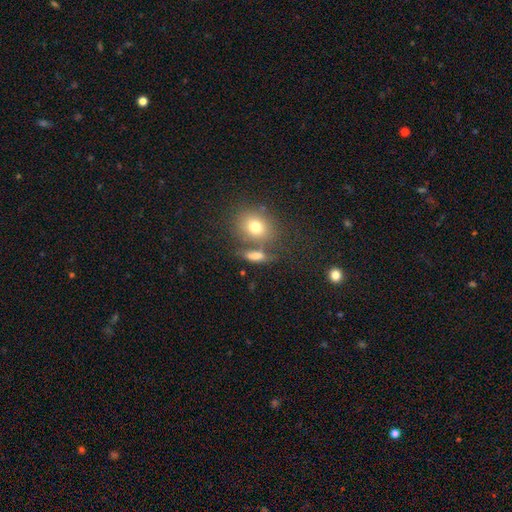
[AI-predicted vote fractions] Smooth or featured? smooth (72%)
How rounded? in between (61%)
Merging? none (53%)